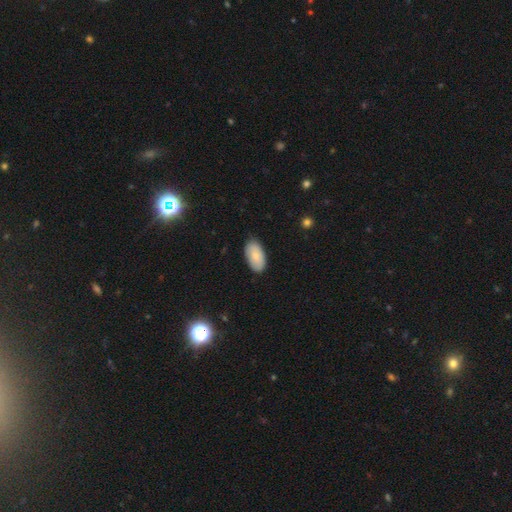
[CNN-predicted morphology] smooth-or-featured: smooth: 84% | featured or disk: 10% | star or artifact: 6%
  how-rounded: in between: 96% | round: 2% | cigar-shaped: 2%
  merging: none: 85% | minor disturbance: 12% | major disturbance: 2% | merger: 1%